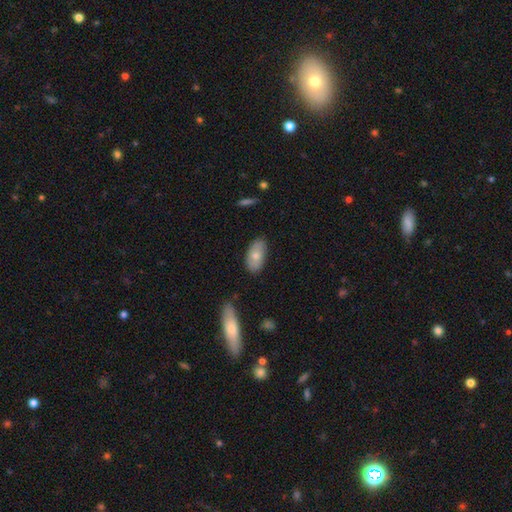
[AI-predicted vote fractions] This appears to be a smooth galaxy with no disk features (74%) that is in between round and cigar-shaped (92%). Merging: none (81%).